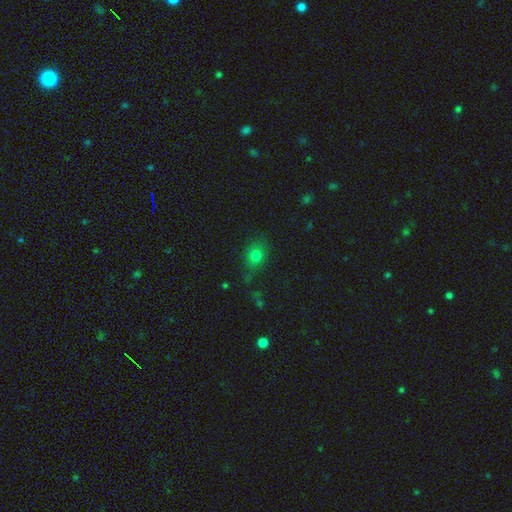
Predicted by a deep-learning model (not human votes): Smooth or featured? smooth (75%)
How rounded? round (53%)
Merging? none (68%)